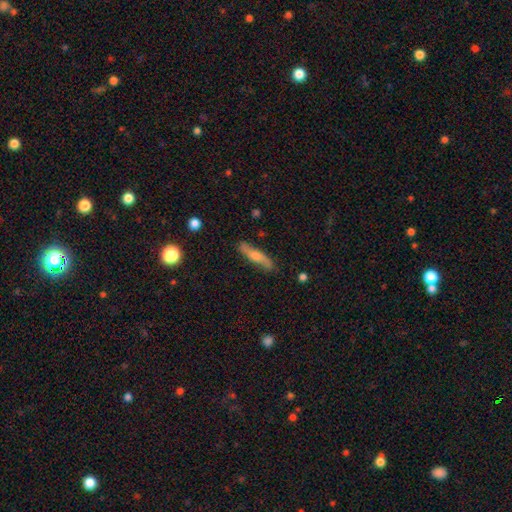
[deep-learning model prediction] Q: Smooth or featured?
A: featured or disk (50%); runner-up: smooth (43%)
Q: Merging?
A: none (83%); runner-up: minor disturbance (13%)